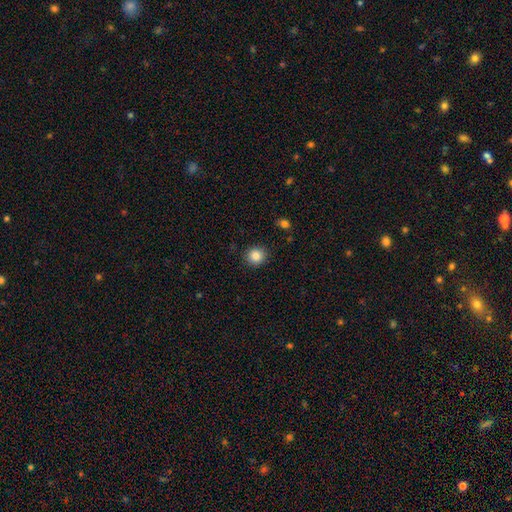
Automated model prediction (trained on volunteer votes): Overall: smooth (86%). How rounded: round (89%). Merging: none (90%).